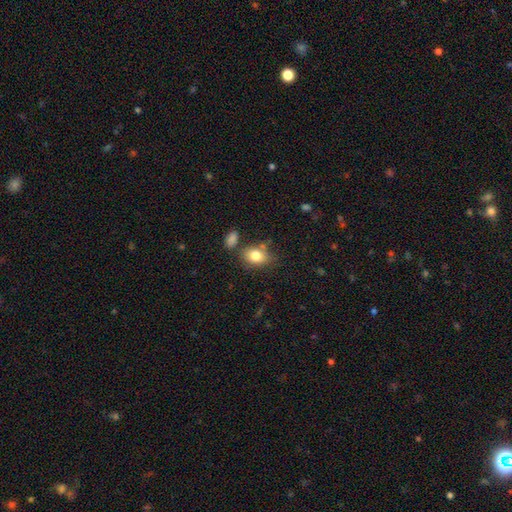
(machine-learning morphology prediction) smooth-or-featured: smooth: 82% | featured or disk: 10% | star or artifact: 9%
  how-rounded: in between: 70% | round: 29% | cigar-shaped: 1%
  merging: none: 68% | minor disturbance: 16% | merger: 11% | major disturbance: 5%